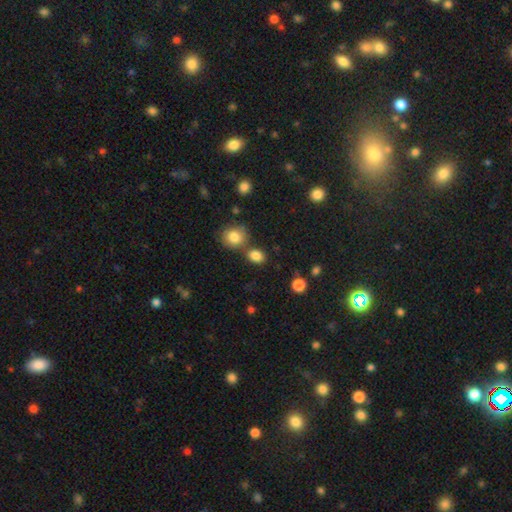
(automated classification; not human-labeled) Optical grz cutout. It shows a smooth galaxy with no disk features (85%) that is in between round and cigar-shaped (63%). Merging: none (66%).